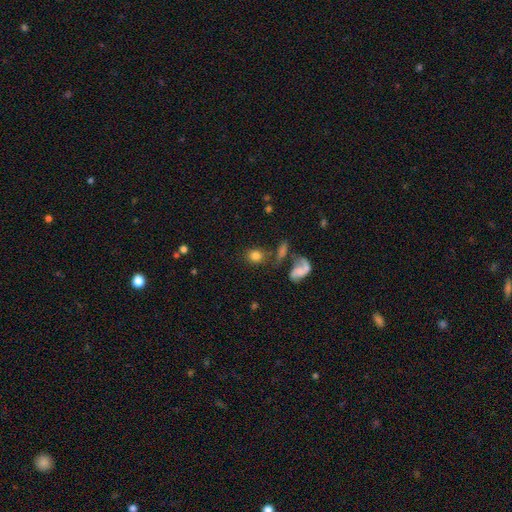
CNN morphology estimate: smooth_or_featured: smooth (p=0.78) [alt: featured or disk p=0.12]
how_rounded: round (p=0.70) [alt: in between p=0.28]
merging: none (p=0.67) [alt: merger p=0.13]